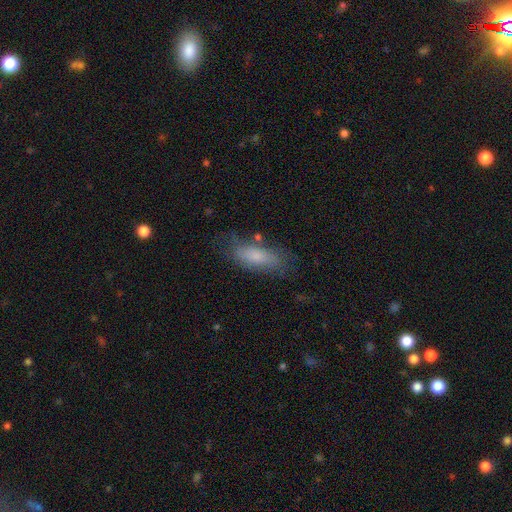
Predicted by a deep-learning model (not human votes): smooth_or_featured: smooth (p=0.69) [alt: featured or disk p=0.23]
how_rounded: in between (p=0.71) [alt: cigar-shaped p=0.26]
merging: none (p=0.59) [alt: minor disturbance p=0.25]